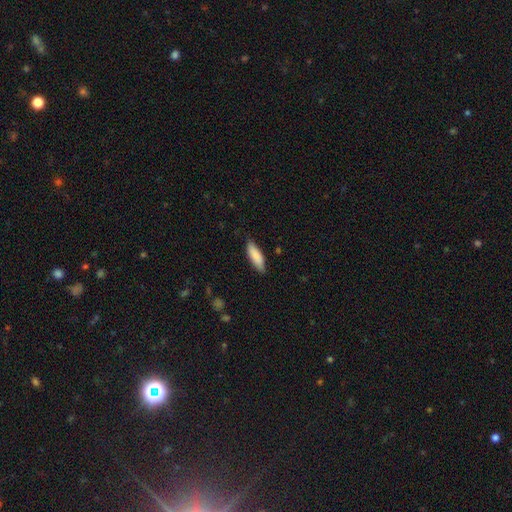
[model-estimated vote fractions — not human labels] Smooth or featured?
  - smooth: 87% *
  - featured or disk: 8%
  - star or artifact: 6%
How rounded?
  - in between: 58% *
  - cigar-shaped: 41%
  - round: 2%
Merging?
  - none: 81% *
  - minor disturbance: 15%
  - major disturbance: 2%
  - merger: 1%